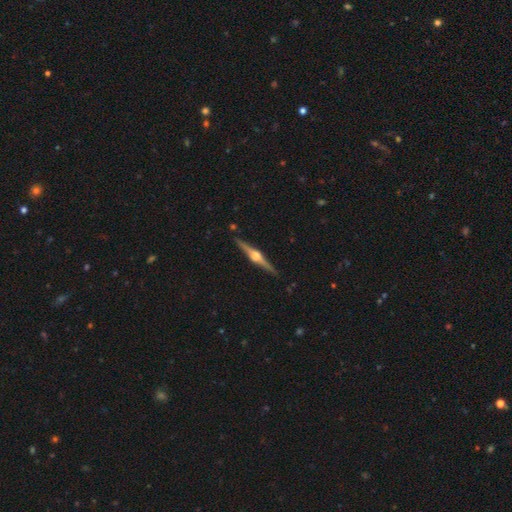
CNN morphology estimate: type=featured or disk (86%); edge-on=yes (98%); edge-on bulge=rounded (94%); merging=none (91%).